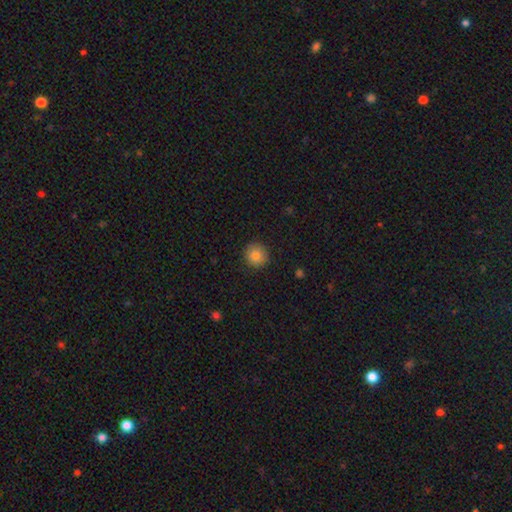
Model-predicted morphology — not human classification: Smooth or featured? smooth (83%)
How rounded? round (93%)
Merging? none (90%)